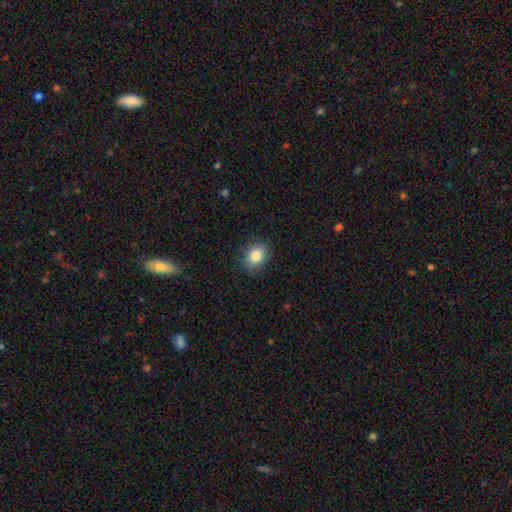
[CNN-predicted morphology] smooth_or_featured: smooth (p=0.83) [alt: star or artifact p=0.09]
how_rounded: round (p=0.53) [alt: in between p=0.46]
merging: none (p=0.82) [alt: minor disturbance p=0.13]